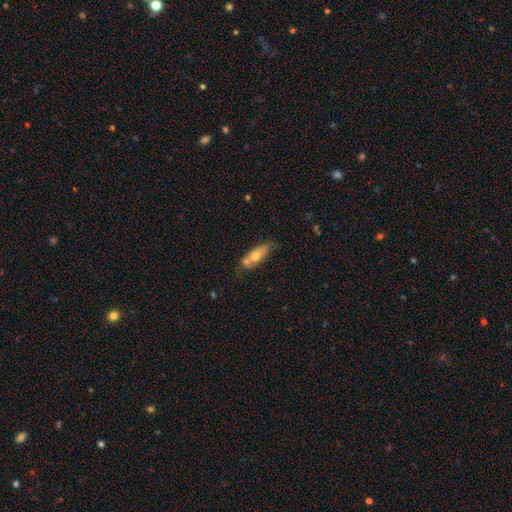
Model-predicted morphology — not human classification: smooth 63%, featured or disk 30%, star or artifact 7%. Down the decision tree: how rounded — in between (67%); merging — none (47%).